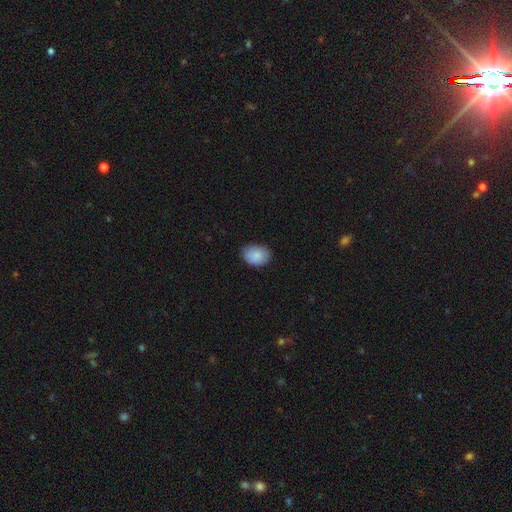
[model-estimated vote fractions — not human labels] Q: Smooth or featured?
A: smooth (88%); runner-up: star or artifact (7%)
Q: How rounded?
A: in between (71%); runner-up: round (28%)
Q: Merging?
A: none (82%); runner-up: minor disturbance (15%)